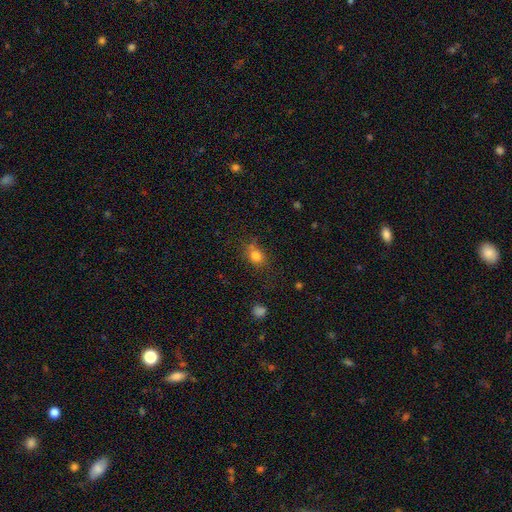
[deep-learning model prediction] Smooth or featured? Predicted: smooth (p=0.79). How rounded? Predicted: round (p=0.58). Merging? Predicted: none (p=0.67).